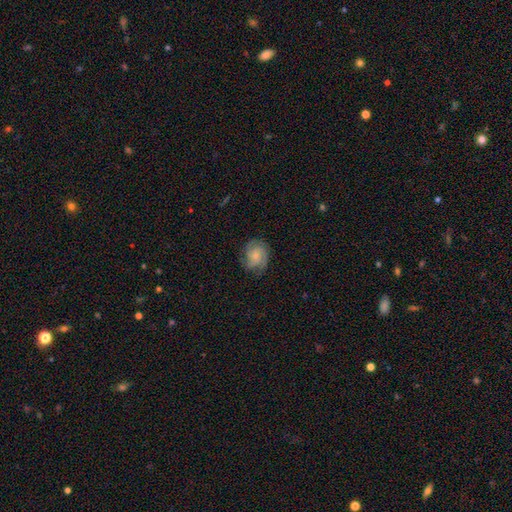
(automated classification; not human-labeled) Smooth or featured?
  - featured or disk: 72% *
  - smooth: 21%
  - star or artifact: 7%
Edge-on disk?
  - no: 98% *
  - yes: 2%
Bar?
  - no: 74% *
  - weak: 22%
  - strong: 3%
Spiral arms?
  - yes: 96% *
  - no: 4%
Spiral winding?
  - tight: 54% *
  - medium: 37%
  - loose: 9%
Spiral arm count?
  - 3: 39% *
  - 2: 26%
  - can't tell: 16%
  - 4: 10%
  - 1: 5%
  - more than 4: 4%
Bulge size?
  - small: 67% *
  - moderate: 25%
  - none: 5%
  - large: 2%
  - dominant: 1%
Merging?
  - none: 75% *
  - minor disturbance: 17%
  - major disturbance: 6%
  - merger: 1%